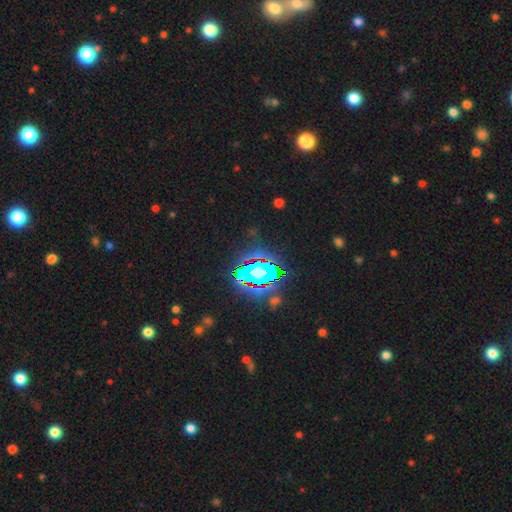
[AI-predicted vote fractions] smooth-or-featured: star or artifact: 83% | smooth: 10% | featured or disk: 7%